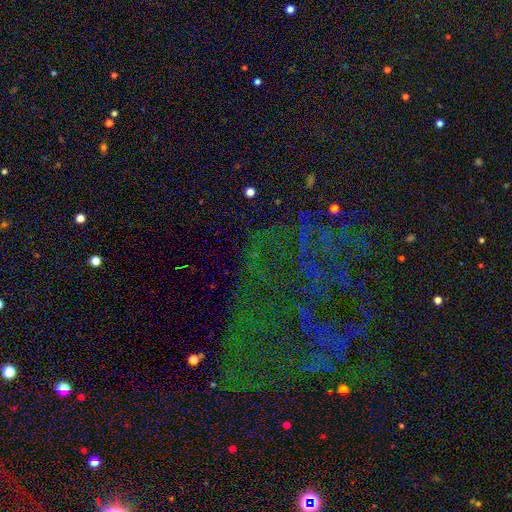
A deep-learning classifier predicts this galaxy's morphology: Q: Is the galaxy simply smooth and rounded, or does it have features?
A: star or artifact — 69%.